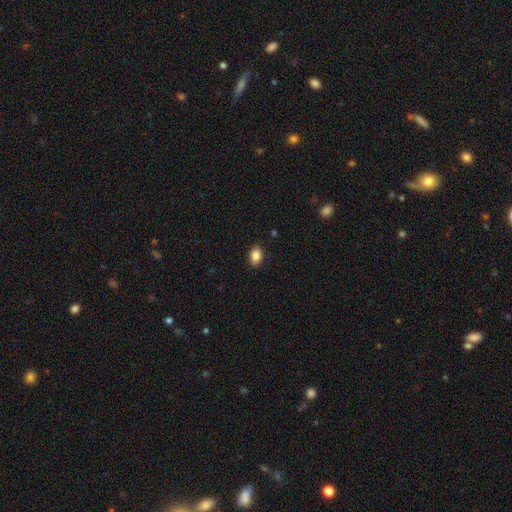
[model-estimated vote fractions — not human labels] Smooth or featured: smooth — 87% (star or artifact — 8%)
How rounded: in between — 80% (round — 19%)
Merging: none — 89% (minor disturbance — 8%)